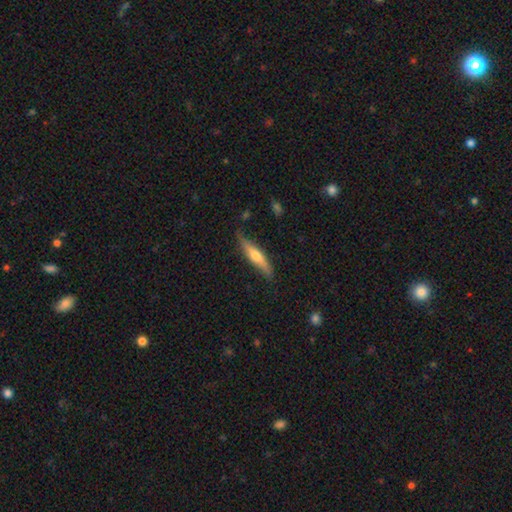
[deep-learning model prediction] A smooth galaxy with no disk features (52%) that is cigar-shaped (82%).

Vote fractions:
- Smooth or featured? smooth: 52% / featured or disk: 42% / star or artifact: 5%
- How rounded? cigar-shaped: 82% / in between: 16% / round: 2%
- Merging? none: 76% / minor disturbance: 19% / major disturbance: 3% / merger: 2%